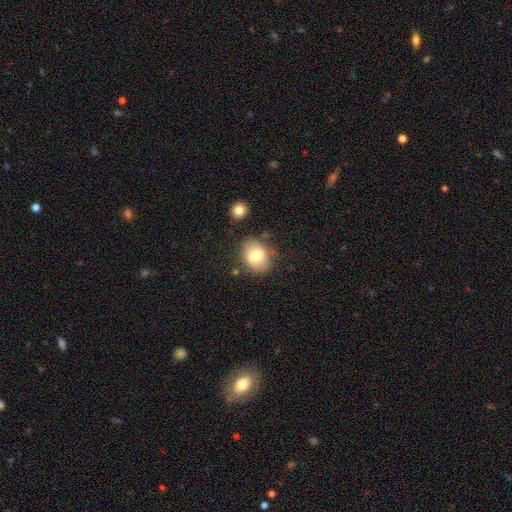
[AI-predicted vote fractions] Smooth or featured?
  - smooth: 76% *
  - featured or disk: 16%
  - star or artifact: 8%
How rounded?
  - in between: 59% *
  - round: 40%
  - cigar-shaped: 1%
Merging?
  - none: 75% *
  - minor disturbance: 16%
  - merger: 5%
  - major disturbance: 4%